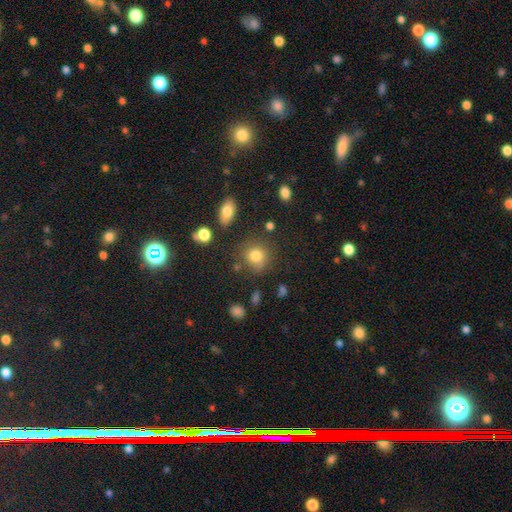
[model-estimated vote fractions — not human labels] This is likely a smooth galaxy (79%). How rounded: clearly round (82%). Merging: likely none (73%).